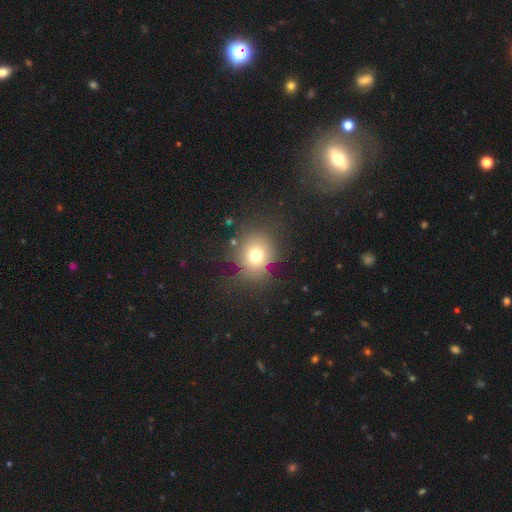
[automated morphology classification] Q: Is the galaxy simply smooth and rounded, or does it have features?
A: smooth — 71%.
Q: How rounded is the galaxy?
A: round — 76%.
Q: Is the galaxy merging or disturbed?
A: none — 69%.